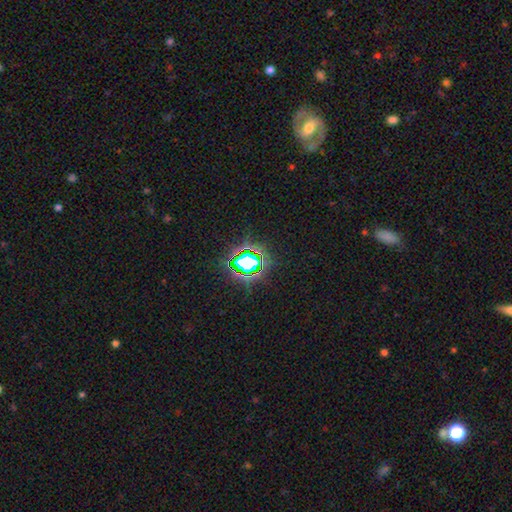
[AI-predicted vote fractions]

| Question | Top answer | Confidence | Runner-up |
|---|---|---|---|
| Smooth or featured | star or artifact | 72% | smooth (17%) |